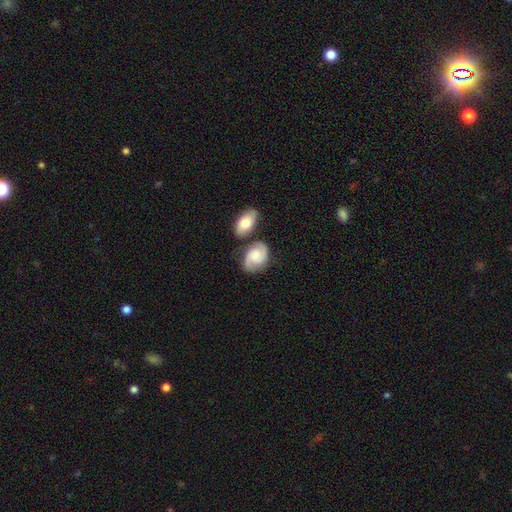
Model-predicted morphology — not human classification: The model was most divided on "bulge size": moderate: 35%, small: 29%, none: 20%, large: 14%, dominant: 3%. More confident: edge-on disk — no (97%); spiral arms — yes (93%); spiral arm count — 2 (88%); bar — no (65%); smooth or featured — featured or disk (62%); merging — none (59%); spiral winding — medium (50%).